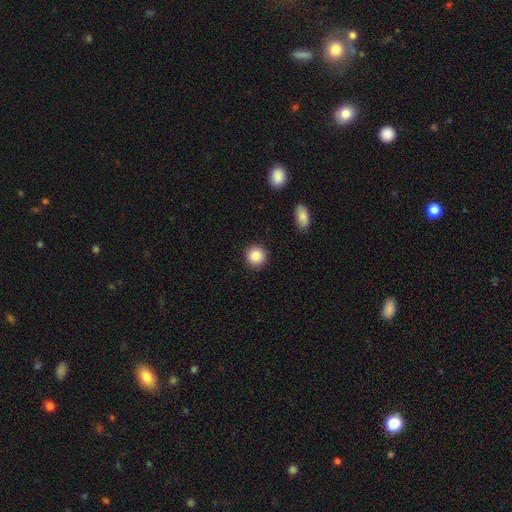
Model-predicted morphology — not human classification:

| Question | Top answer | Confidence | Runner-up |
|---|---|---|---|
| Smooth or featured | smooth | 88% | star or artifact (8%) |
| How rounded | round | 93% | in between (6%) |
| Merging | none | 92% | minor disturbance (5%) |